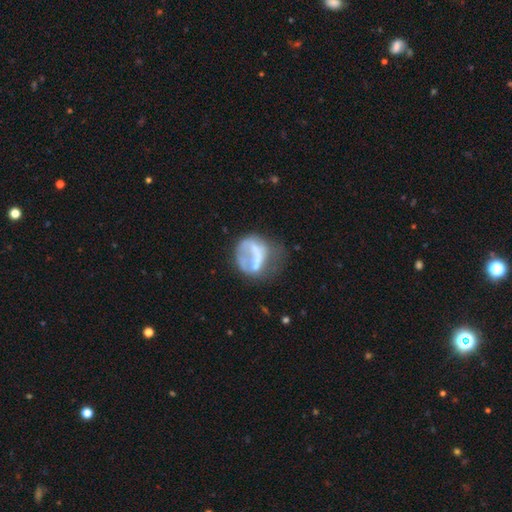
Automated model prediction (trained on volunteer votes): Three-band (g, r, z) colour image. It shows a featured or disk galaxy (48%). Merging: major disturbance (36%).